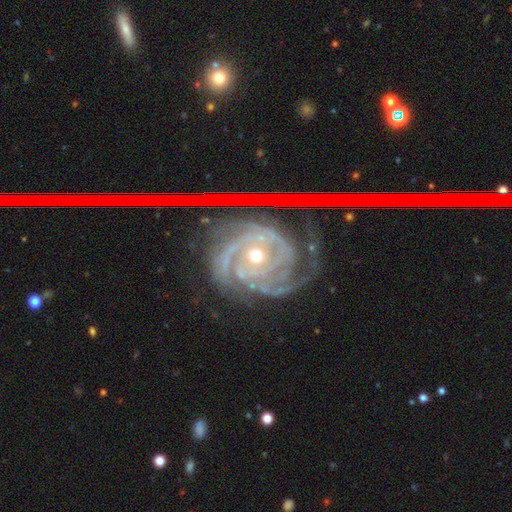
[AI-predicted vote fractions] featured or disk 90%, star or artifact 6%, smooth 4%. Down the decision tree: edge-on disk — no (97%); bar — no (71%); spiral arms — yes (98%); spiral arm count — 3 (34%); spiral winding — tight (78%); bulge size — moderate (58%); merging — none (68%).